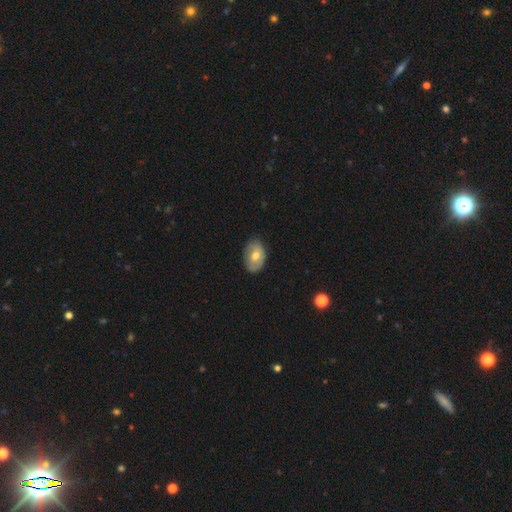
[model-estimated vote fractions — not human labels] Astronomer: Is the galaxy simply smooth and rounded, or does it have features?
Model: smooth — 60%.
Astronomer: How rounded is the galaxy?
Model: in between — 83%.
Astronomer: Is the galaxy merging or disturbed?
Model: none — 76%.